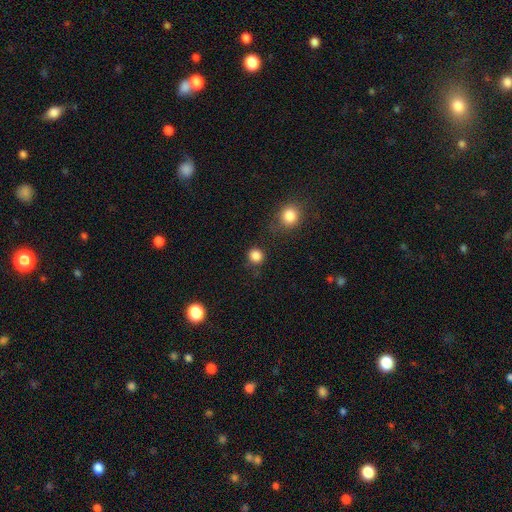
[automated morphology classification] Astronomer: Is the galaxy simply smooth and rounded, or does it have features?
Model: smooth — 84%.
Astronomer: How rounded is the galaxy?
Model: round — 90%.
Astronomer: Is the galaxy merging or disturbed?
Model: none — 82%.